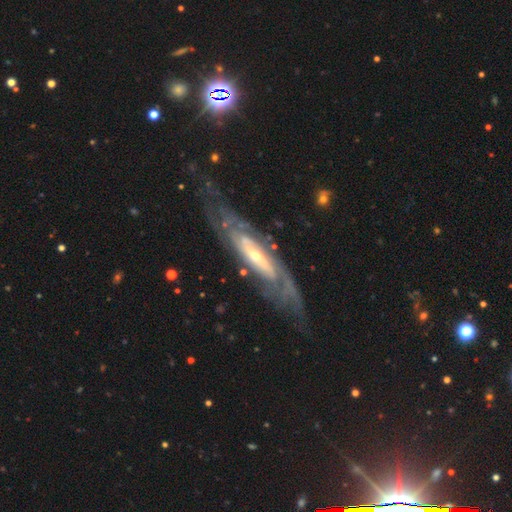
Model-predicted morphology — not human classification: Overall: featured or disk (86%). Edge-on disk: no (78%). Bar: no (50%; weak 30%). Spiral arms: yes (93%). Spiral arm count: can't tell (41%; 2 36%). Spiral winding: tight (61%; medium 30%). Bulge size: small (64%; moderate 31%). Merging: none (70%).